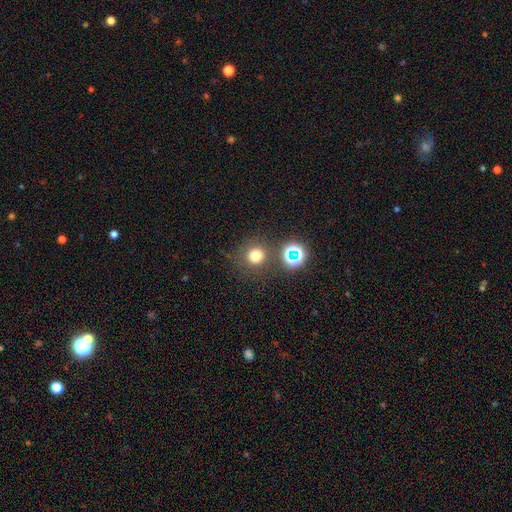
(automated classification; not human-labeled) This appears to be a smooth galaxy with no disk features (71%) that is round (93%). Merging: none (80%).